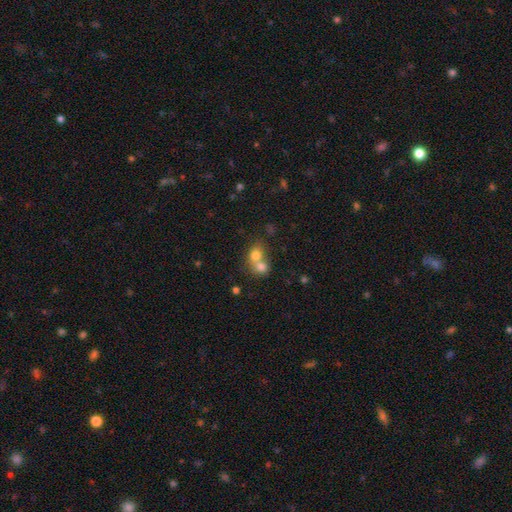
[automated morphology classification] The model was most divided on "how rounded": round: 64%, in between: 35%, cigar-shaped: 1%. More confident: smooth or featured — smooth (73%); merging — merger (68%).